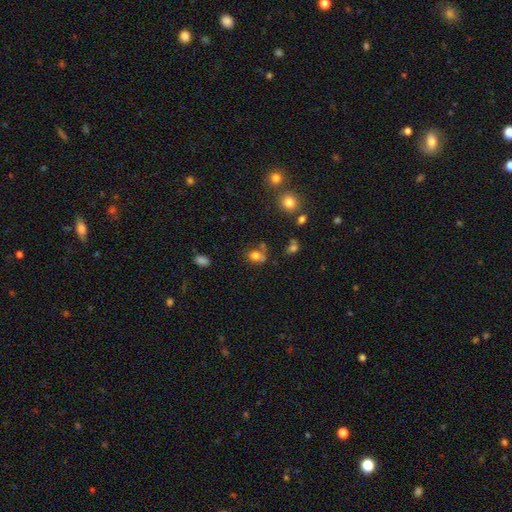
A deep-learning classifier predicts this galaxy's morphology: Smooth or featured? smooth (75%)
How rounded? in between (50%)
Merging? none (48%)